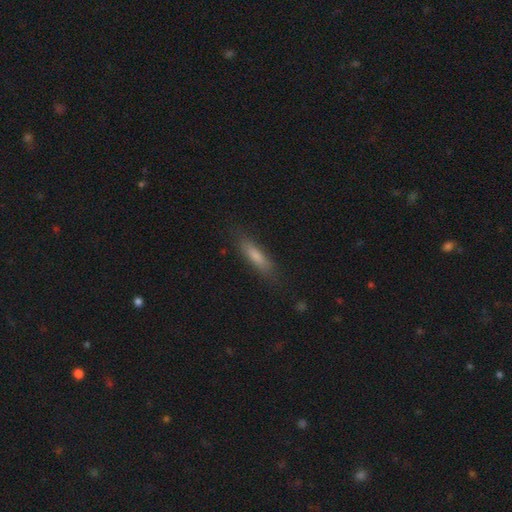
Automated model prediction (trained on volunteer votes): Q: Smooth or featured?
A: smooth (70%); runner-up: featured or disk (21%)
Q: How rounded?
A: cigar-shaped (74%); runner-up: in between (24%)
Q: Merging?
A: none (83%); runner-up: minor disturbance (13%)